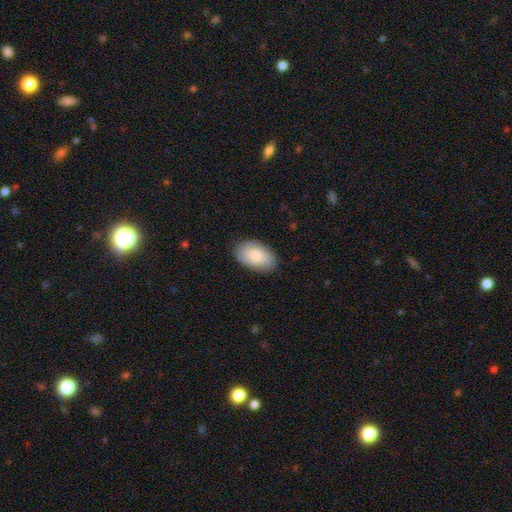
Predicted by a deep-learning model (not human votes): The model was most divided on "smooth or featured": smooth: 73%, featured or disk: 21%, star or artifact: 6%. More confident: how rounded — in between (92%); merging — none (80%).